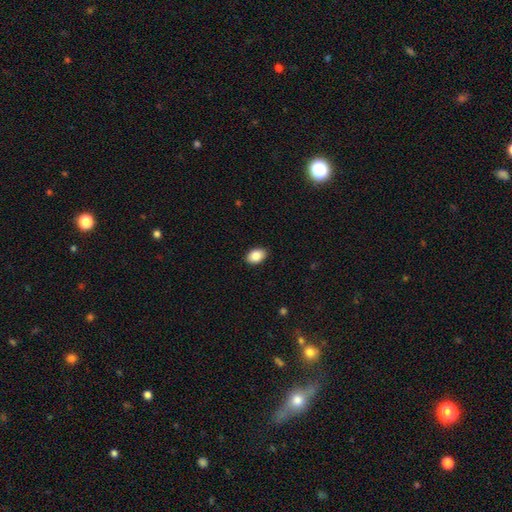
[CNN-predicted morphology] type=smooth (87%); roundness=in between (86%); merging=none (89%).